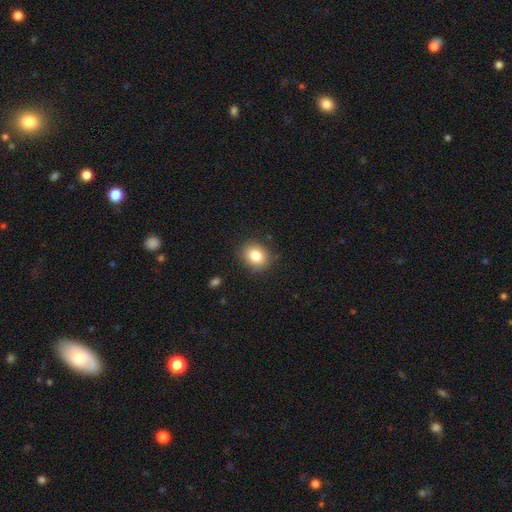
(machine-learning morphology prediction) This is clearly a smooth galaxy (83%). How rounded: possibly round (60%). Merging: clearly none (87%).